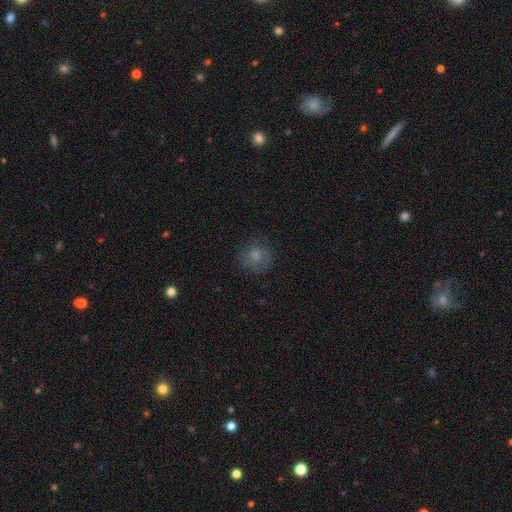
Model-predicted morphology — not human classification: smooth_or_featured: smooth (p=0.73) [alt: featured or disk p=0.15]
how_rounded: round (p=0.85) [alt: in between p=0.15]
merging: none (p=0.71) [alt: minor disturbance p=0.18]